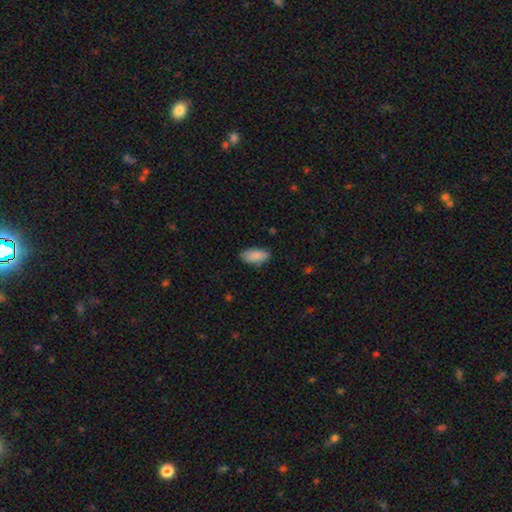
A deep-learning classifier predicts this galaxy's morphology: Smooth or featured? smooth (88%)
How rounded? in between (92%)
Merging? none (78%)